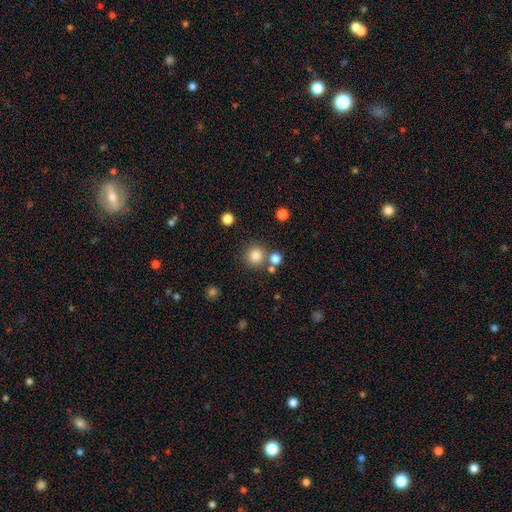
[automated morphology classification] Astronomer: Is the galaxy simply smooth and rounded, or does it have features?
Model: smooth — 82%.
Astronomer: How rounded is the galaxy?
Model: round — 94%.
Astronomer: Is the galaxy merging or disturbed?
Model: none — 80%.